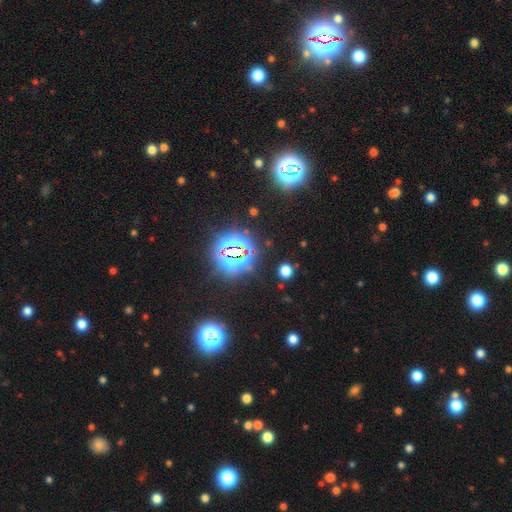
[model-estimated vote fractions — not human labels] This appears to be a star or artifact, not a galaxy (79%).